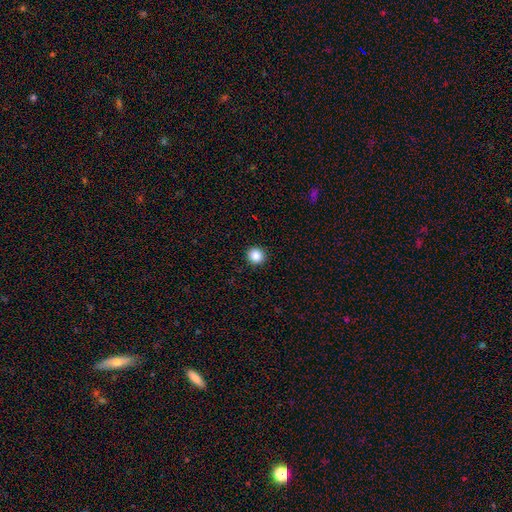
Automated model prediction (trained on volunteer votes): Q: Smooth or featured?
A: smooth (86%); runner-up: star or artifact (10%)
Q: How rounded?
A: round (91%); runner-up: in between (8%)
Q: Merging?
A: none (93%); runner-up: minor disturbance (5%)